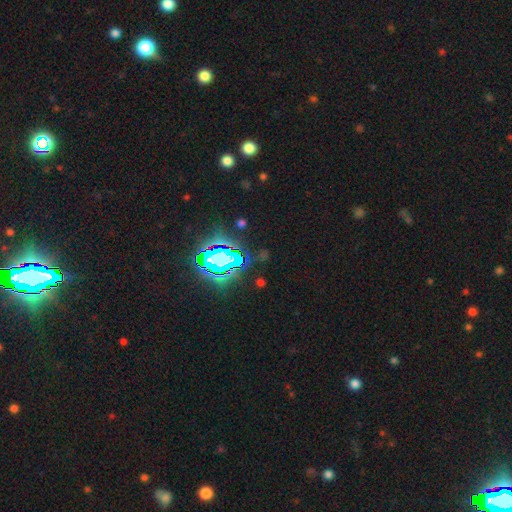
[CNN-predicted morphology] This is clearly a star or artifact rather than a galaxy (80%).